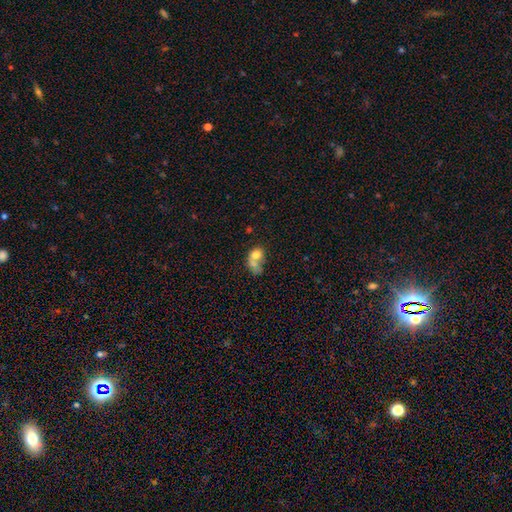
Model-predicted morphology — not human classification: type=smooth (67%); roundness=in between (52%); merging=merger (60%).